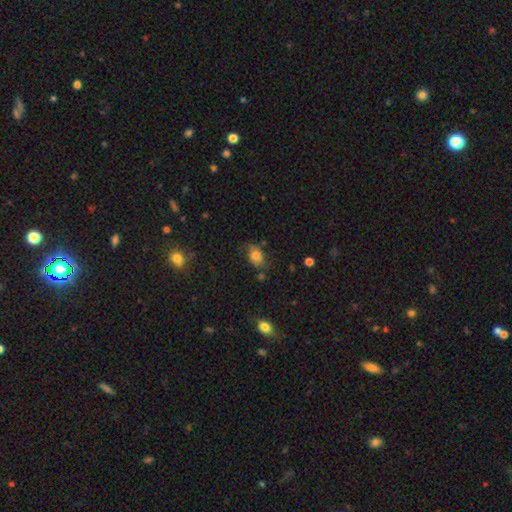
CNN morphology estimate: smooth 66%, featured or disk 22%, star or artifact 12%. Down the decision tree: how rounded — in between (77%); merging — none (58%).